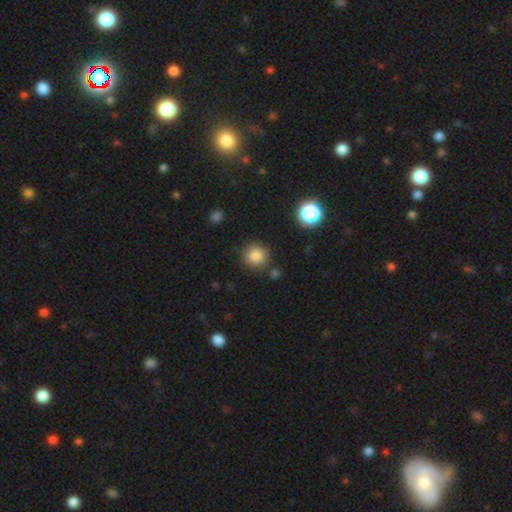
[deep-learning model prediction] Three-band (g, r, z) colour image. It shows a smooth galaxy with no disk features (84%) that is round (92%). Merging: none (85%).